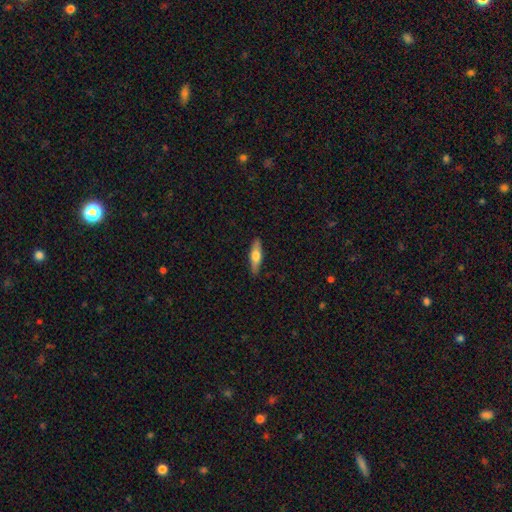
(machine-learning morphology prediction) smooth 57%, featured or disk 38%, star or artifact 6%. Down the decision tree: how rounded — cigar-shaped (63%); merging — none (89%).